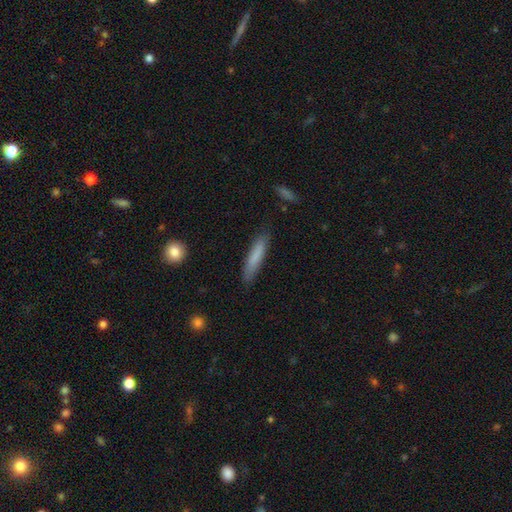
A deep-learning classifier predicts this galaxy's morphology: type=smooth (79%); roundness=cigar-shaped (89%); merging=none (84%).